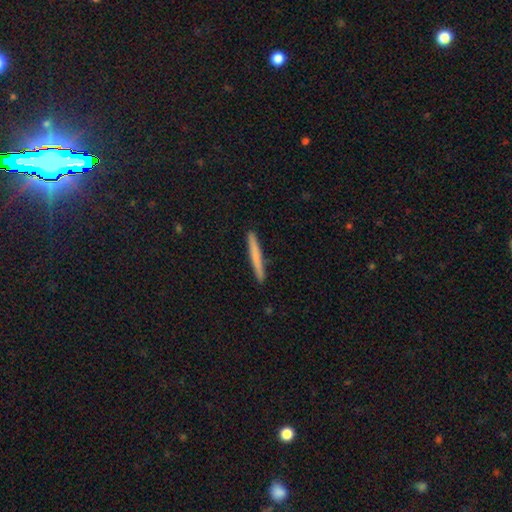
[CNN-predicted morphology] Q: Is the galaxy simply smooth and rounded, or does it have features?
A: smooth — 68%.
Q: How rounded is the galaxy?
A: cigar-shaped — 97%.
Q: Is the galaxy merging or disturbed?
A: none — 92%.